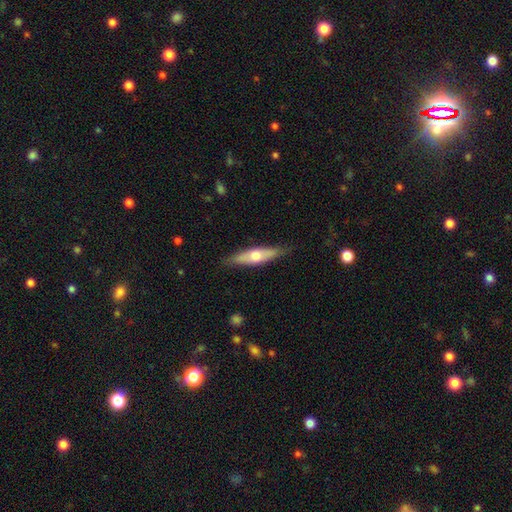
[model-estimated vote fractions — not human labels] The model was most divided on "smooth or featured": smooth: 48%, featured or disk: 47%, star or artifact: 5%. More confident: merging — none (83%).